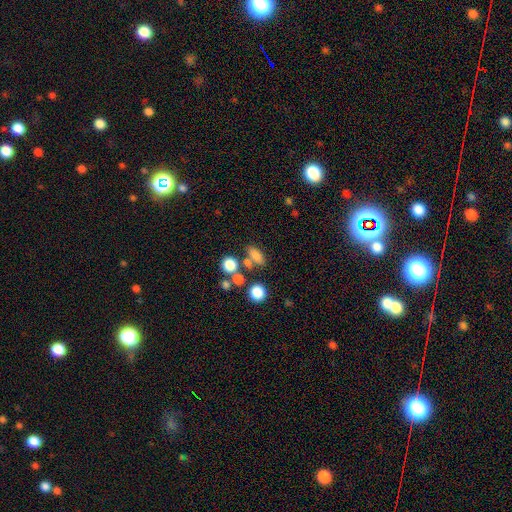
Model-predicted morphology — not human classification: smooth-or-featured: smooth: 77% | star or artifact: 14% | featured or disk: 9%
  how-rounded: in between: 69% | round: 20% | cigar-shaped: 11%
  merging: none: 60% | merger: 20% | minor disturbance: 13% | major disturbance: 6%